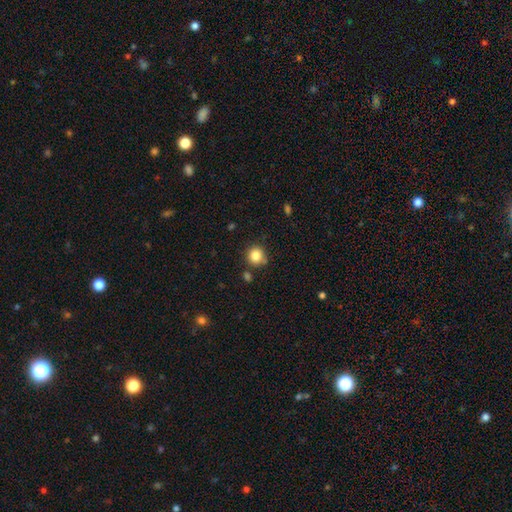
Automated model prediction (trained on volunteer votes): smooth 85%, star or artifact 10%, featured or disk 5%. Down the decision tree: how rounded — round (91%); merging — none (79%).